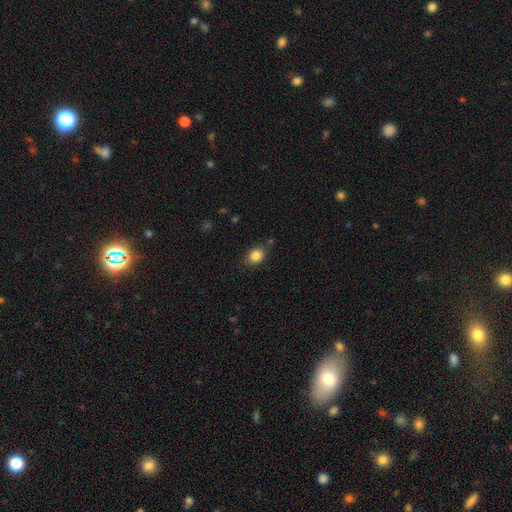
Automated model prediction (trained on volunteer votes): Smooth or featured?
  - smooth: 85% *
  - star or artifact: 10%
  - featured or disk: 5%
How rounded?
  - round: 50% *
  - in between: 49%
  - cigar-shaped: 1%
Merging?
  - none: 80% *
  - minor disturbance: 14%
  - major disturbance: 4%
  - merger: 3%